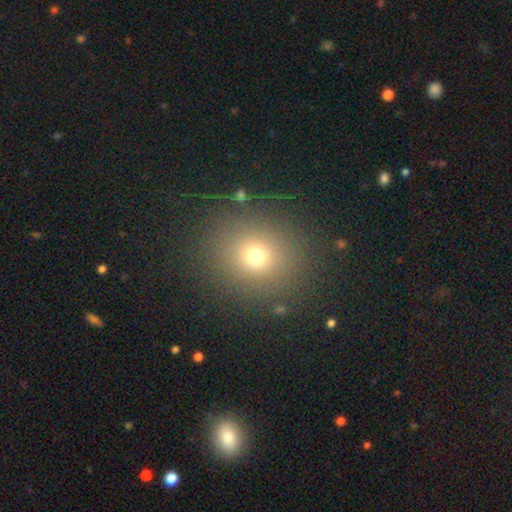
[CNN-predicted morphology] This appears to be a smooth galaxy with no disk features (70%) that is round (81%). Merging: none (85%).